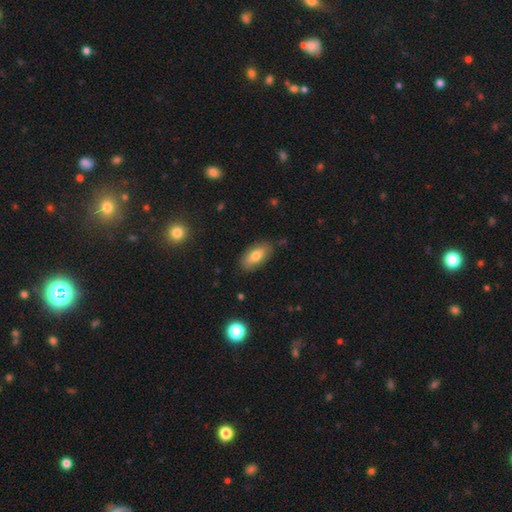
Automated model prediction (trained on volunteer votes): Q: Smooth or featured?
A: smooth (72%); runner-up: featured or disk (20%)
Q: How rounded?
A: in between (90%); runner-up: cigar-shaped (6%)
Q: Merging?
A: none (81%); runner-up: minor disturbance (14%)